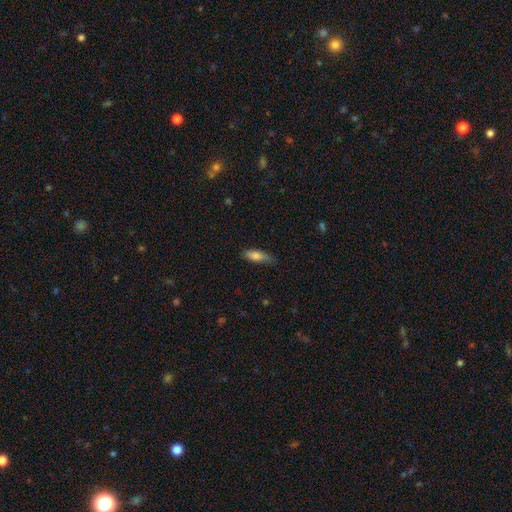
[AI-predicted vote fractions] A smooth galaxy with no disk features (79%) that is in between round and cigar-shaped (51%).

Vote fractions:
- Smooth or featured? smooth: 79% / featured or disk: 14% / star or artifact: 7%
- How rounded? in between: 51% / cigar-shaped: 47% / round: 2%
- Merging? none: 67% / minor disturbance: 27% / major disturbance: 5% / merger: 1%